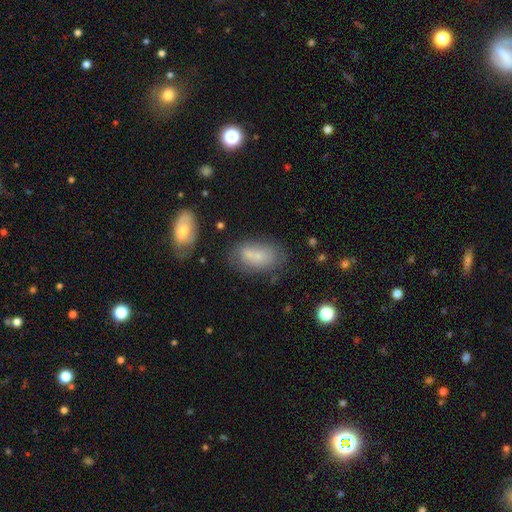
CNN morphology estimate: Q: Smooth or featured?
A: smooth (69%); runner-up: featured or disk (21%)
Q: How rounded?
A: in between (90%); runner-up: round (7%)
Q: Merging?
A: none (51%); runner-up: minor disturbance (21%)